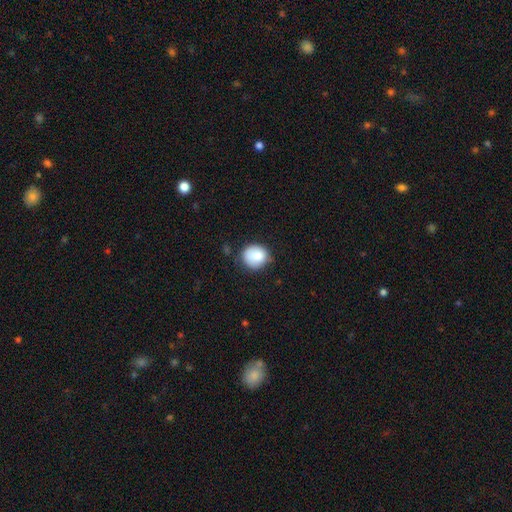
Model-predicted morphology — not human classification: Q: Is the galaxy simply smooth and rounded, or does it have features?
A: smooth — 85%.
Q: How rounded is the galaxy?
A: round — 80%.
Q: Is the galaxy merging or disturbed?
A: none — 68%.